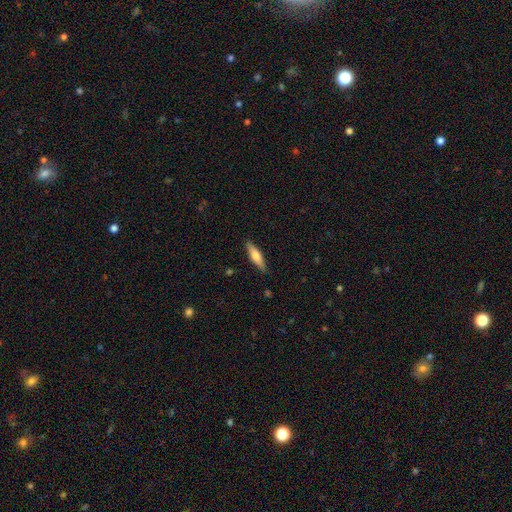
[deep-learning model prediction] Smooth or featured? Predicted: smooth (p=0.60). How rounded? Predicted: cigar-shaped (p=0.70). Merging? Predicted: none (p=0.88).